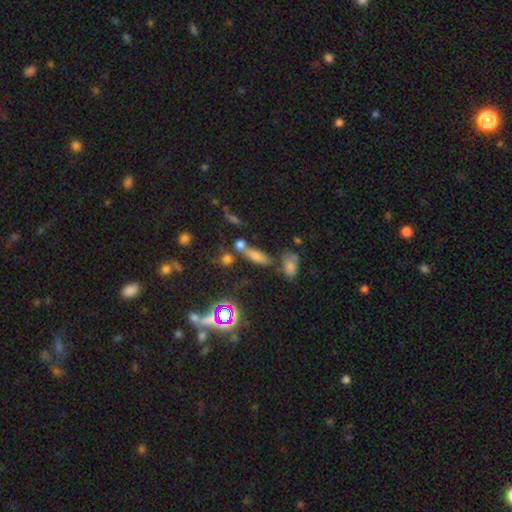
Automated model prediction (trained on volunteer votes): Smooth or featured? Predicted: smooth (p=0.56). How rounded? Predicted: in between (p=0.46). Merging? Predicted: none (p=0.59).